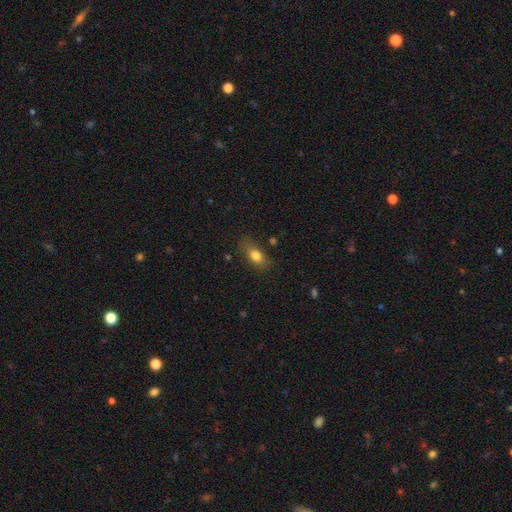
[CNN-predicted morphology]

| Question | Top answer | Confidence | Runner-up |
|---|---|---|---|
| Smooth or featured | smooth | 79% | featured or disk (12%) |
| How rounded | in between | 80% | round (12%) |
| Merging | none | 72% | minor disturbance (20%) |